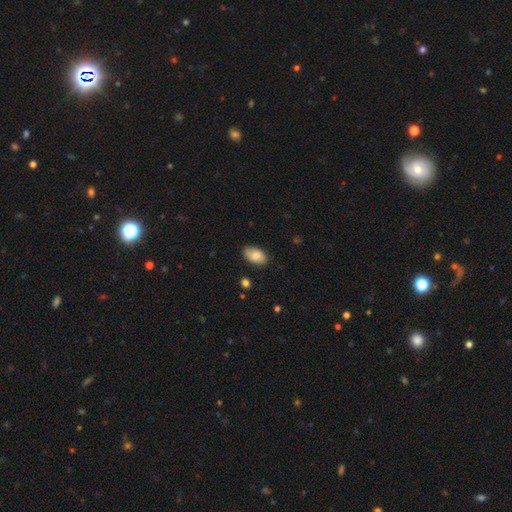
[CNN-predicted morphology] Q: Smooth or featured?
A: smooth (79%); runner-up: featured or disk (14%)
Q: How rounded?
A: in between (93%); runner-up: round (6%)
Q: Merging?
A: none (81%); runner-up: minor disturbance (15%)